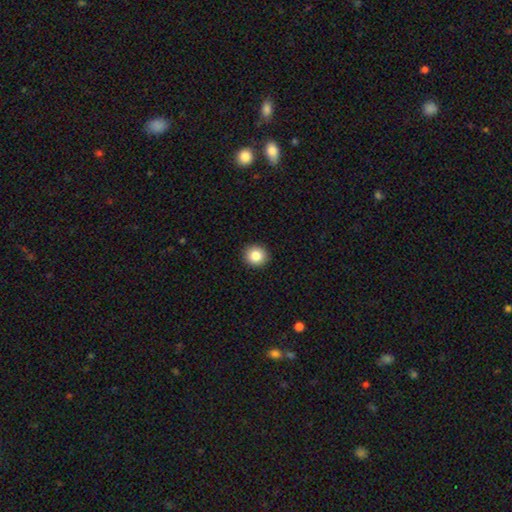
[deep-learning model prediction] A smooth galaxy with no disk features (85%) that is round (88%). Merging: none (93%).